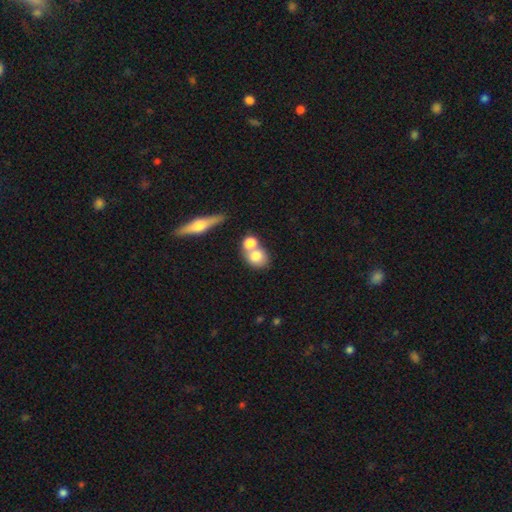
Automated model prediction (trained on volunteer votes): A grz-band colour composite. It shows a smooth galaxy with no disk features (74%) that is round (57%). Merging: merger (54%).